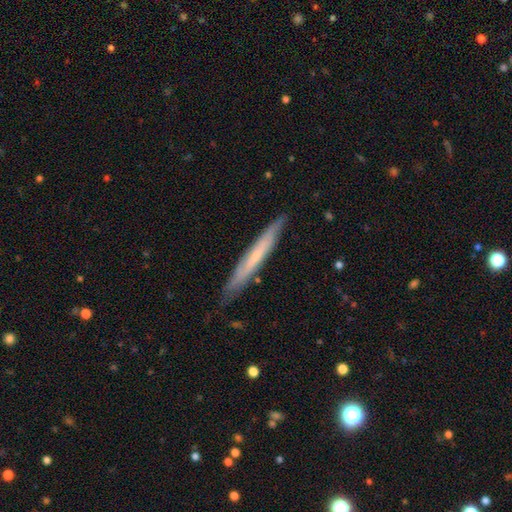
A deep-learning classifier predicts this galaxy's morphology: Smooth or featured: featured or disk — 51% (smooth — 43%)
Edge-on disk: yes — 89% (no — 11%)
Merging: none — 84% (minor disturbance — 13%)